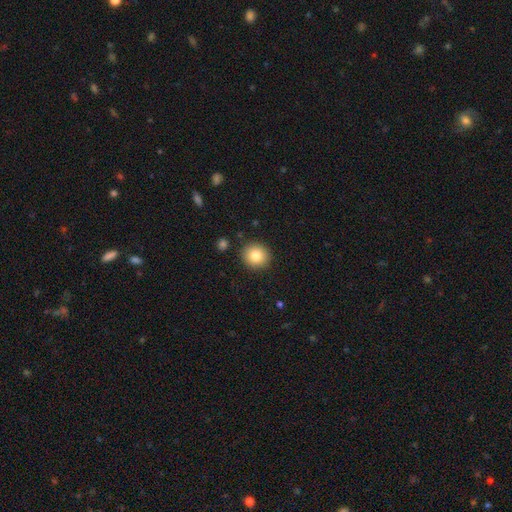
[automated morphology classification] Q: Smooth or featured?
A: smooth (82%); runner-up: star or artifact (10%)
Q: How rounded?
A: round (91%); runner-up: in between (9%)
Q: Merging?
A: none (90%); runner-up: minor disturbance (6%)